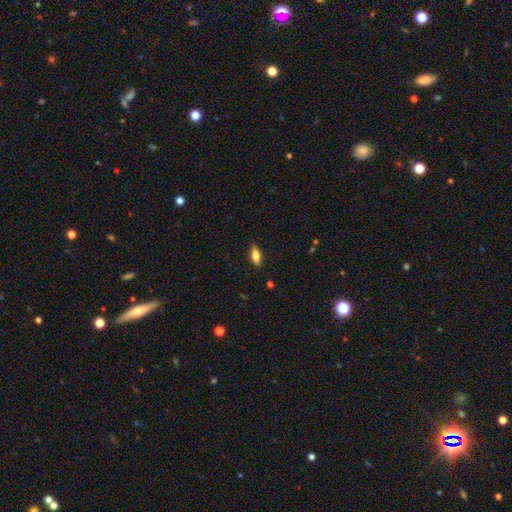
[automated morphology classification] This appears to be a smooth galaxy with no disk features (78%) that is in between round and cigar-shaped (74%). Merging: none (88%).